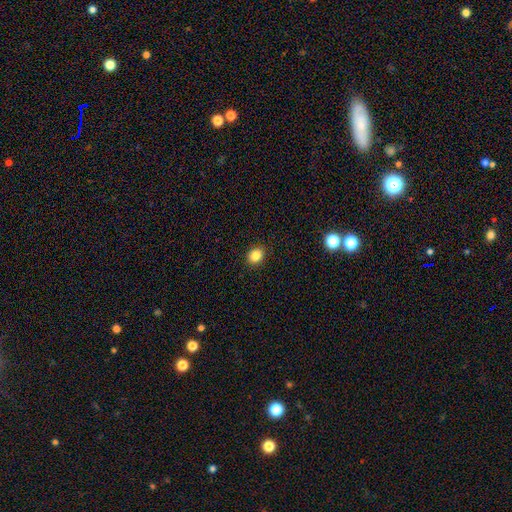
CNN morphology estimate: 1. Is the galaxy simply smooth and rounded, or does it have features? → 84% smooth, 10% star or artifact, 5% featured or disk.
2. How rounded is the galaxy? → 53% in between, 46% round, 1% cigar-shaped.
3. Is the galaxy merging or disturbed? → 91% none, 7% minor disturbance, 2% major disturbance, 1% merger.